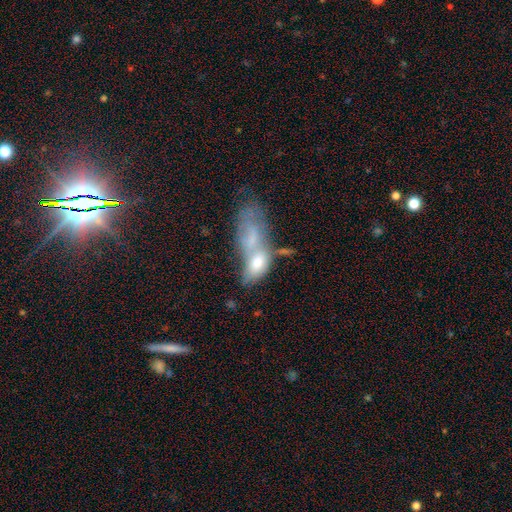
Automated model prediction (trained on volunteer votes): smooth-or-featured: smooth: 53% | featured or disk: 35% | star or artifact: 12%
  how-rounded: in between: 76% | cigar-shaped: 18% | round: 6%
  merging: merger: 58% | none: 17% | major disturbance: 13% | minor disturbance: 12%